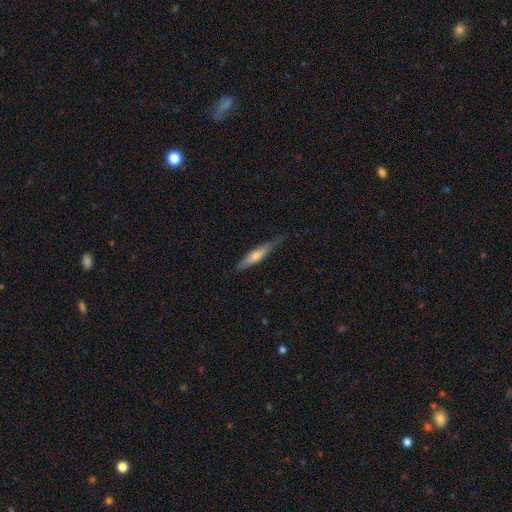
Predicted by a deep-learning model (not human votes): smooth_or_featured: smooth (p=0.52) [alt: featured or disk p=0.42]
how_rounded: cigar-shaped (p=0.85) [alt: in between p=0.13]
merging: none (p=0.74) [alt: minor disturbance p=0.22]